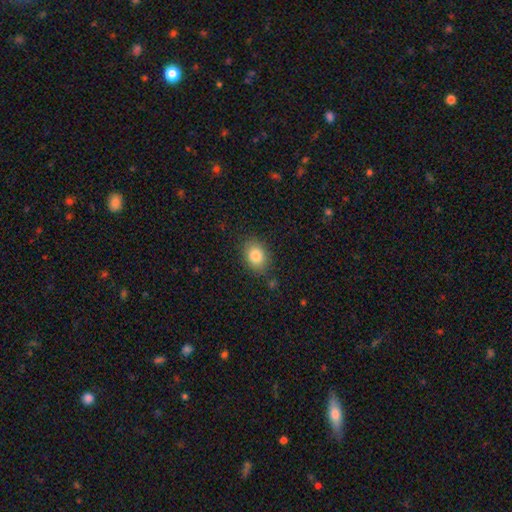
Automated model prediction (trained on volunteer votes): Overall: smooth (83%). How rounded: in between (64%; round 35%). Merging: none (83%).